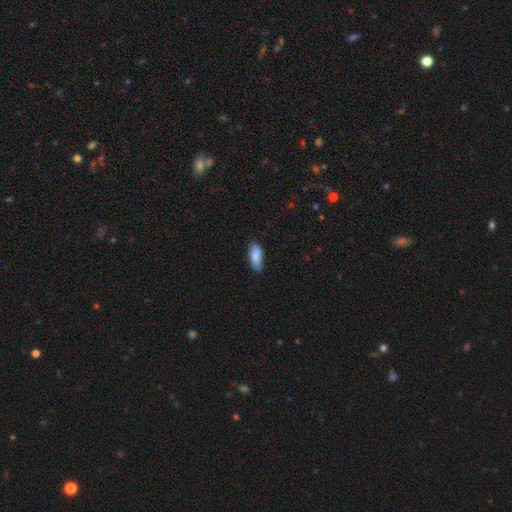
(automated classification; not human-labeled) Smooth or featured: smooth — 83% (featured or disk — 11%)
How rounded: in between — 80% (cigar-shaped — 17%)
Merging: none — 76% (minor disturbance — 19%)